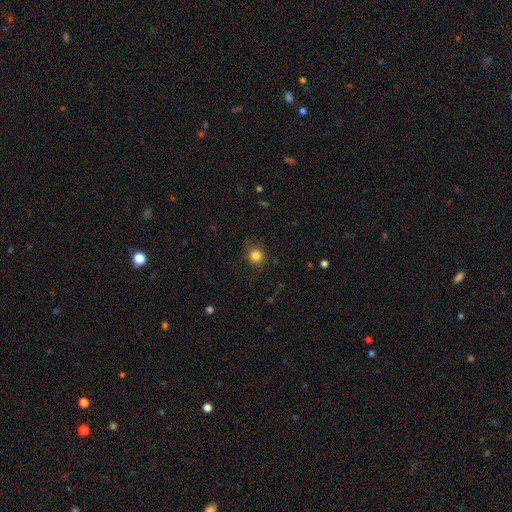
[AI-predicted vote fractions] The model was most divided on "smooth or featured": smooth: 83%, star or artifact: 12%, featured or disk: 5%. More confident: how rounded — round (90%); merging — none (85%).